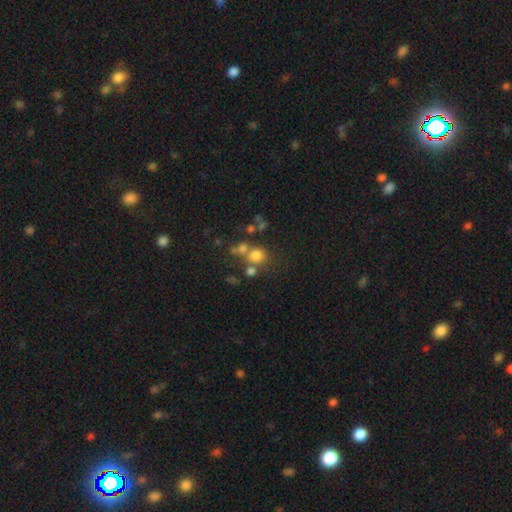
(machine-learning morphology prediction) Smooth or featured?
  - smooth: 69% *
  - star or artifact: 18%
  - featured or disk: 13%
How rounded?
  - round: 77% *
  - in between: 21%
  - cigar-shaped: 1%
Merging?
  - none: 51% *
  - merger: 31%
  - minor disturbance: 10%
  - major disturbance: 7%